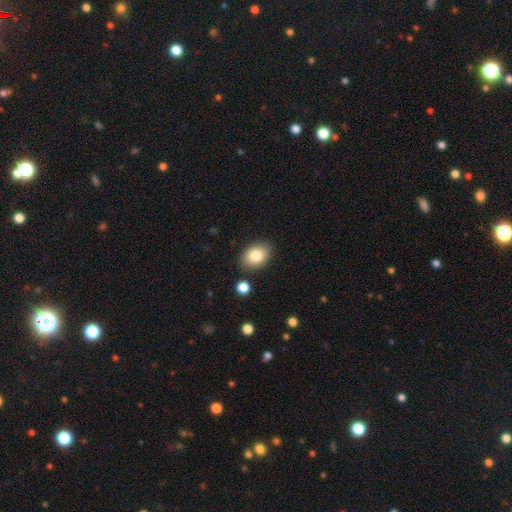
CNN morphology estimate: This appears to be a smooth galaxy with no disk features (83%) that is in between round and cigar-shaped (80%). Merging: none (86%).